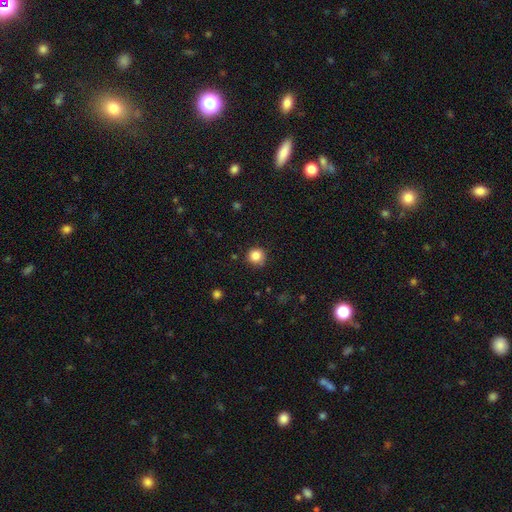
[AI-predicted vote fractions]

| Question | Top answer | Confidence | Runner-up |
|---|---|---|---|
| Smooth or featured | smooth | 85% | star or artifact (11%) |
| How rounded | round | 94% | in between (5%) |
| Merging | none | 87% | minor disturbance (9%) |